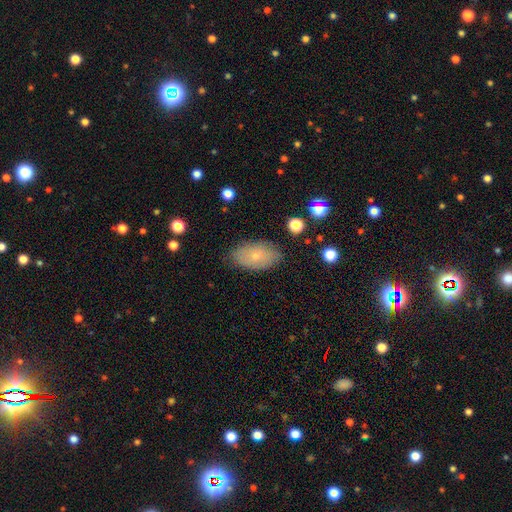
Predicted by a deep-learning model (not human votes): Overall: smooth (68%). How rounded: in between (92%). Merging: none (82%).